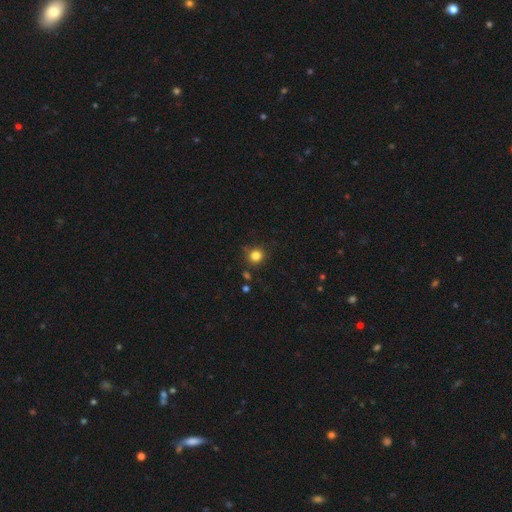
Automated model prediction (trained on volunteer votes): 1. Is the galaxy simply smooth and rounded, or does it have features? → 82% smooth, 13% star or artifact, 5% featured or disk.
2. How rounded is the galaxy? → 90% round, 9% in between, 1% cigar-shaped.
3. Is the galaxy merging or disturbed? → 83% none, 11% minor disturbance, 4% merger, 3% major disturbance.